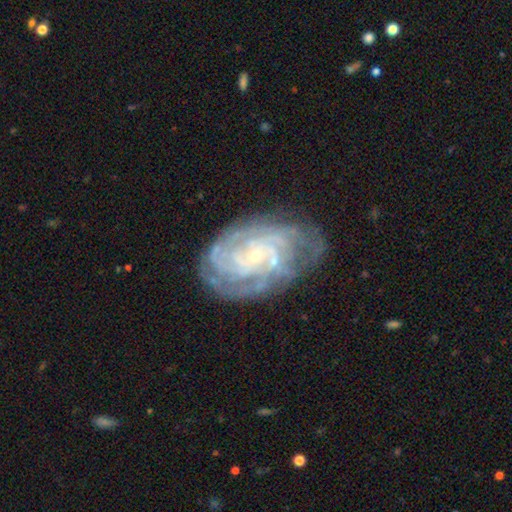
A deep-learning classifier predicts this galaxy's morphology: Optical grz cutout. It shows a featured or disk galaxy (87%) with no bar (74%), tight (76%) spiral arms (96%) and a small central bulge (83%). Merging: none (73%).